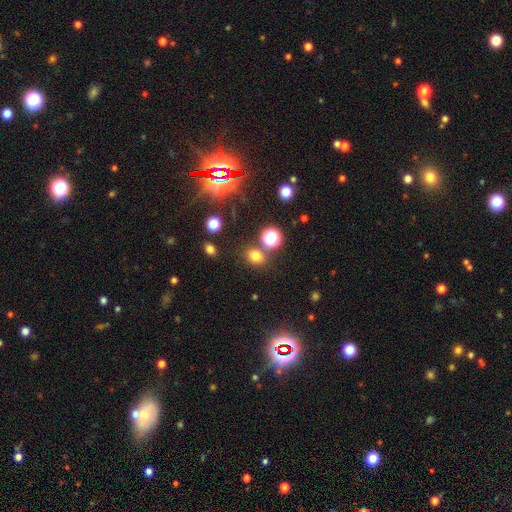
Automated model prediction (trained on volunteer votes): Smooth or featured?
  - smooth: 71% *
  - star or artifact: 22%
  - featured or disk: 7%
How rounded?
  - round: 50% *
  - in between: 49%
  - cigar-shaped: 1%
Merging?
  - none: 76% *
  - minor disturbance: 10%
  - merger: 9%
  - major disturbance: 4%